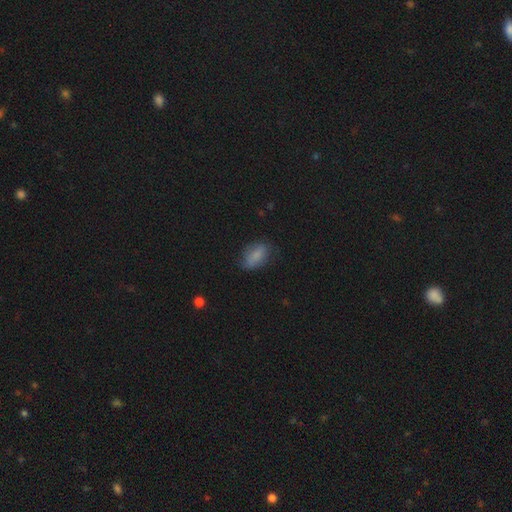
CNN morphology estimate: Smooth or featured: smooth — 77% (featured or disk — 14%)
How rounded: in between — 86% (round — 7%)
Merging: none — 64% (minor disturbance — 27%)